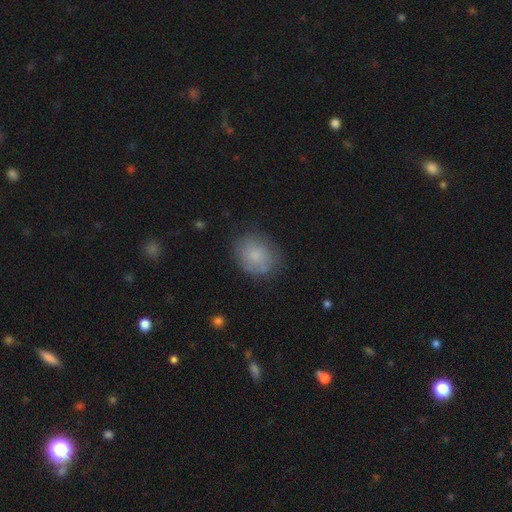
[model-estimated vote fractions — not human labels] A smooth galaxy with no disk features (74%) that is round (56%).

Vote fractions:
- Smooth or featured? smooth: 74% / featured or disk: 18% / star or artifact: 8%
- How rounded? round: 56% / in between: 43% / cigar-shaped: 1%
- Merging? none: 72% / minor disturbance: 20% / major disturbance: 6% / merger: 2%